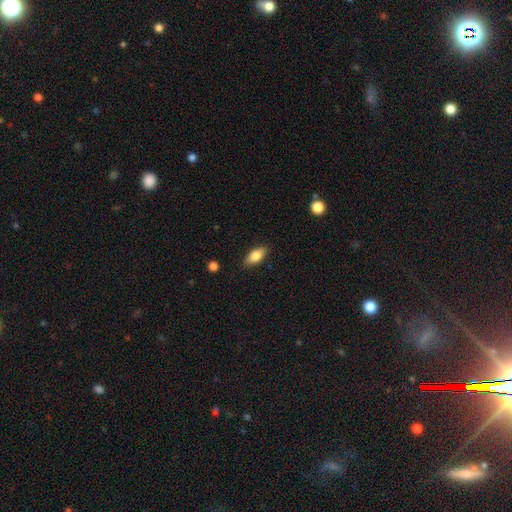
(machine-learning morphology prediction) smooth-or-featured: smooth: 77% | featured or disk: 16% | star or artifact: 7%
  how-rounded: in between: 84% | cigar-shaped: 12% | round: 4%
  merging: none: 86% | minor disturbance: 10% | major disturbance: 2% | merger: 1%